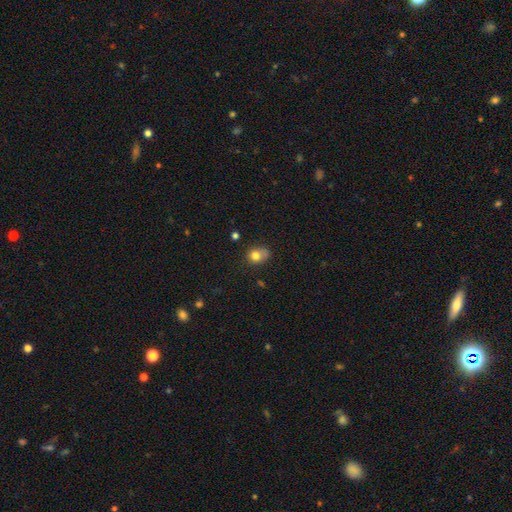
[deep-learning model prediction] smooth 77%, featured or disk 12%, star or artifact 11%. Down the decision tree: how rounded — round (56%); merging — none (48%).